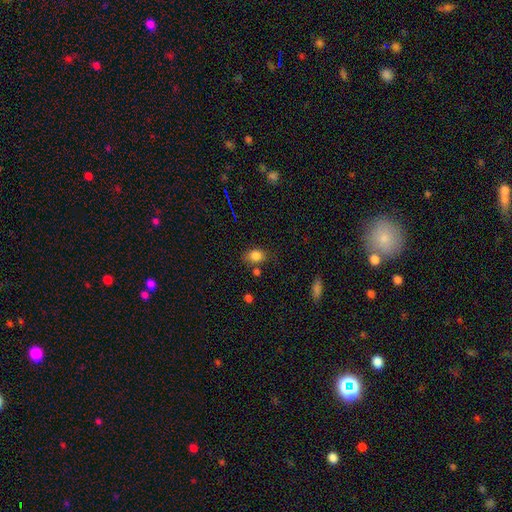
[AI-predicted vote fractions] smooth_or_featured: smooth (p=0.82) [alt: star or artifact p=0.11]
how_rounded: in between (p=0.57) [alt: round p=0.42]
merging: none (p=0.68) [alt: minor disturbance p=0.19]